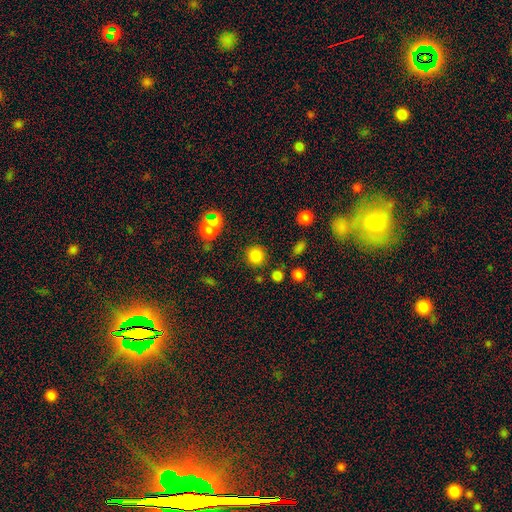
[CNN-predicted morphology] Q: Smooth or featured?
A: smooth (81%); runner-up: star or artifact (14%)
Q: How rounded?
A: round (91%); runner-up: in between (8%)
Q: Merging?
A: none (83%); runner-up: minor disturbance (8%)